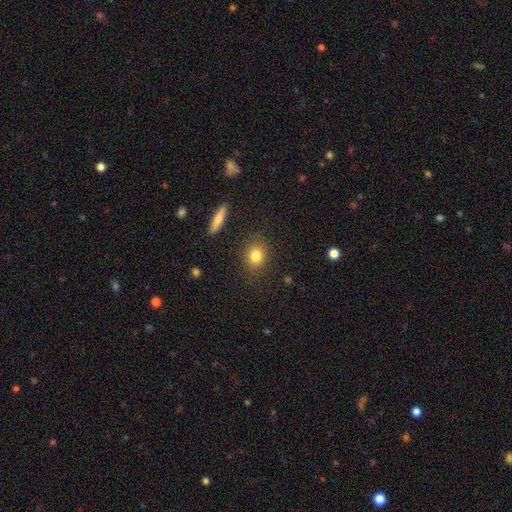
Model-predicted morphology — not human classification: Smooth or featured: smooth — 82% (star or artifact — 10%)
How rounded: round — 67% (in between — 31%)
Merging: none — 86% (minor disturbance — 9%)